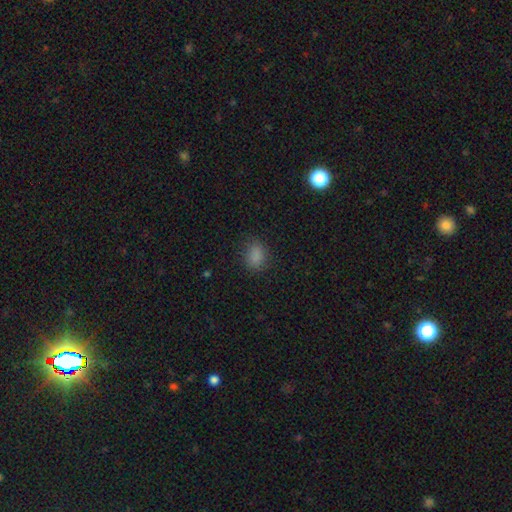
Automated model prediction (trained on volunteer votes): This is clearly a smooth galaxy (83%). How rounded: likely in between (66%). Merging: likely none (79%).